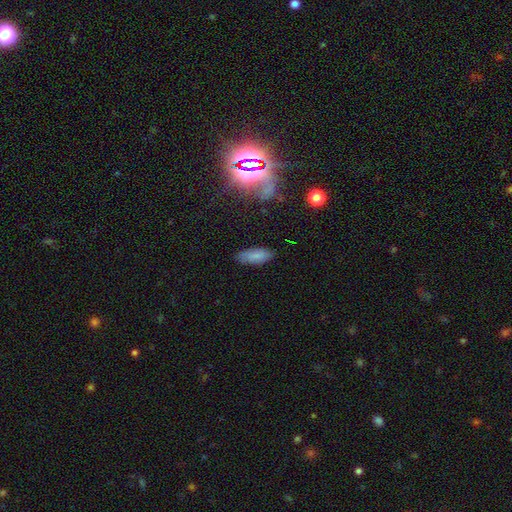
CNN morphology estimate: type=smooth (77%); roundness=in between (74%); merging=none (78%).